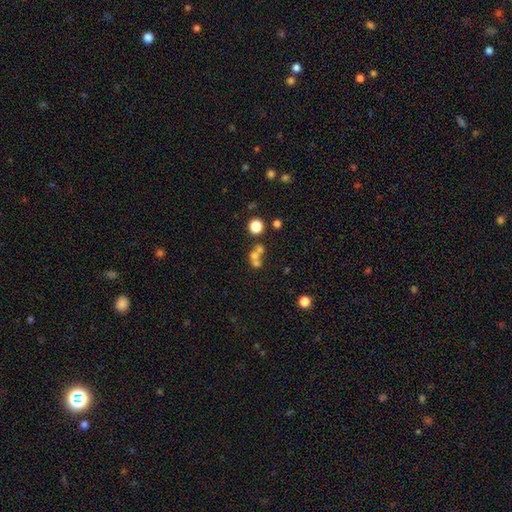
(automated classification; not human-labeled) This is possibly a smooth galaxy (59%). How rounded: likely round (77%). Merging: possibly merger (54%).